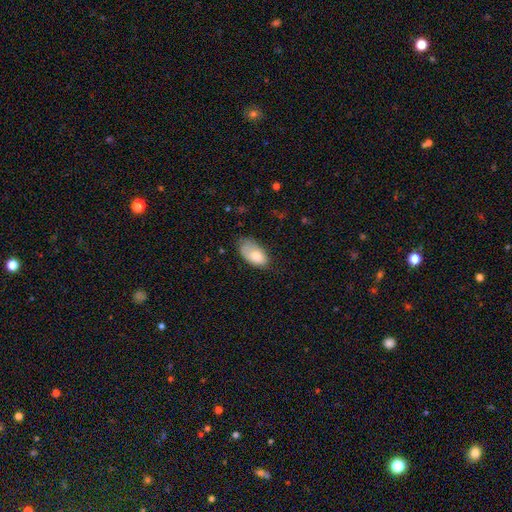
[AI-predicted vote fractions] smooth 79%, featured or disk 14%, star or artifact 7%. Down the decision tree: how rounded — in between (94%); merging — none (49%).